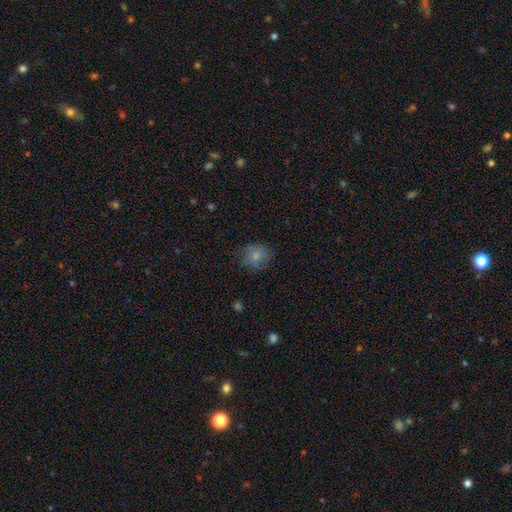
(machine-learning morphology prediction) Overall: smooth (79%). How rounded: round (79%). Merging: none (76%).